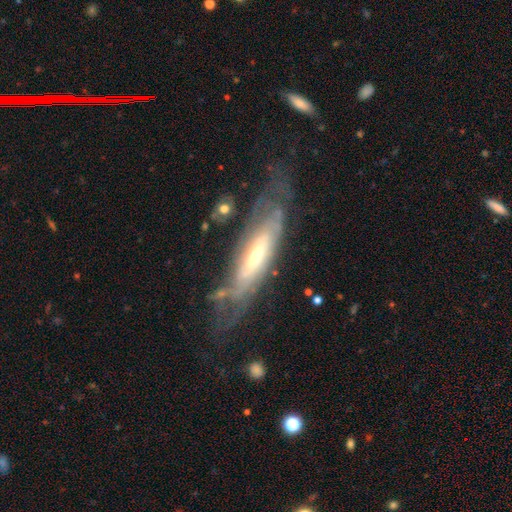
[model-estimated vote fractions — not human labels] featured or disk 78%, smooth 16%, star or artifact 6%. Down the decision tree: edge-on disk — no (70%); bar — no (52%); spiral arms — yes (83%); bulge size — small (48%); merging — none (57%).